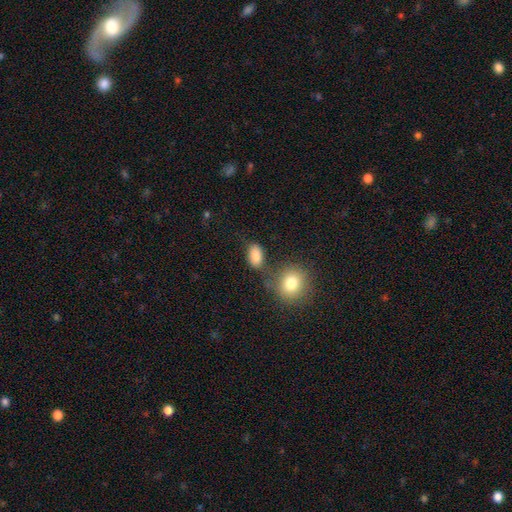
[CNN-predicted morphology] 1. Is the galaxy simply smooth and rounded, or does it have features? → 84% smooth, 9% star or artifact, 7% featured or disk.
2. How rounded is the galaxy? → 86% in between, 12% round, 2% cigar-shaped.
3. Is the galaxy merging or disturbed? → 59% none, 19% minor disturbance, 14% merger, 8% major disturbance.